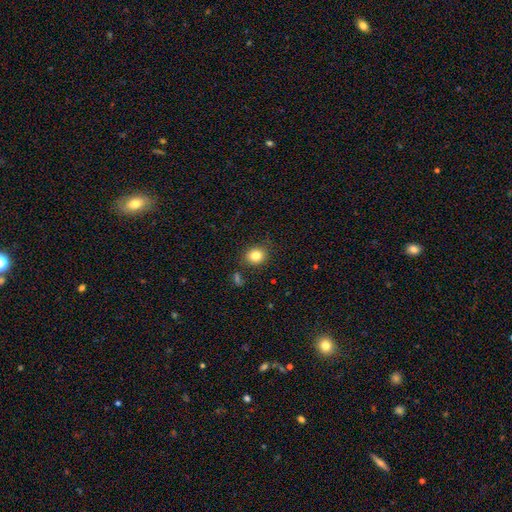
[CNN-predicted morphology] type=smooth (82%); roundness=round (67%); merging=none (83%).